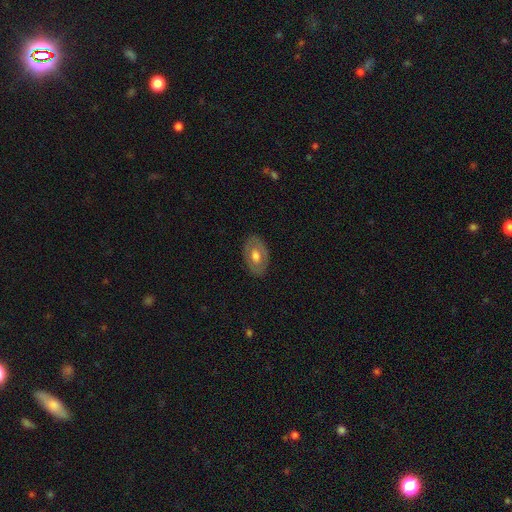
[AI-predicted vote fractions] Smooth or featured? smooth (51%)
How rounded? in between (85%)
Merging? none (84%)